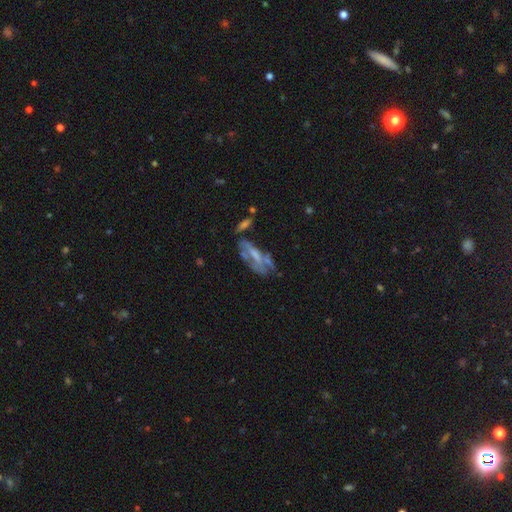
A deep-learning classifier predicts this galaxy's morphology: smooth_or_featured: featured or disk (p=0.59) [alt: smooth p=0.30]
disk_edge_on: no (p=0.83) [alt: yes p=0.17]
merging: none (p=0.39) [alt: major disturbance p=0.23]